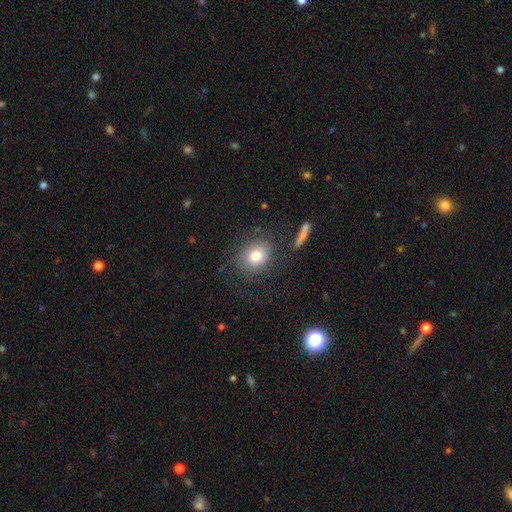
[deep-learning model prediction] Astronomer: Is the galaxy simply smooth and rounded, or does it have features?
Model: smooth — 76%.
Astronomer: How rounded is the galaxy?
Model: round — 67%.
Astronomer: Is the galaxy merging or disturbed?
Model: none — 77%.